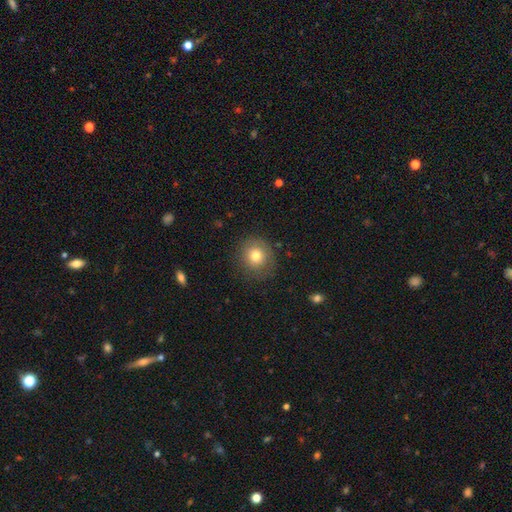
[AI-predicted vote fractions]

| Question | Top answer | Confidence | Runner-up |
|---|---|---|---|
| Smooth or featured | smooth | 77% | featured or disk (11%) |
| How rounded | round | 89% | in between (10%) |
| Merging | none | 84% | minor disturbance (11%) |